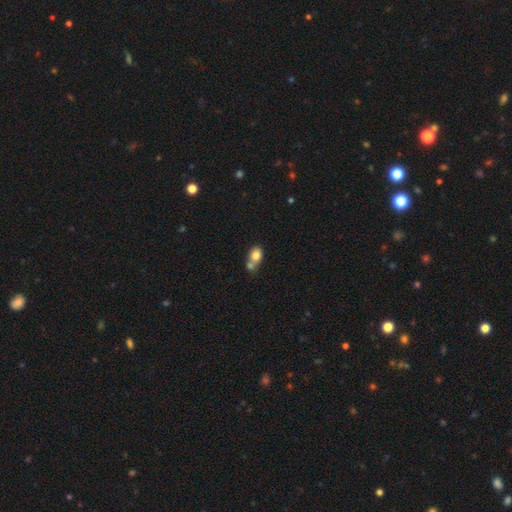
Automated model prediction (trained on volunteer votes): smooth_or_featured: smooth (p=0.78) [alt: featured or disk p=0.13]
how_rounded: in between (p=0.56) [alt: round p=0.43]
merging: merger (p=0.55) [alt: none p=0.31]